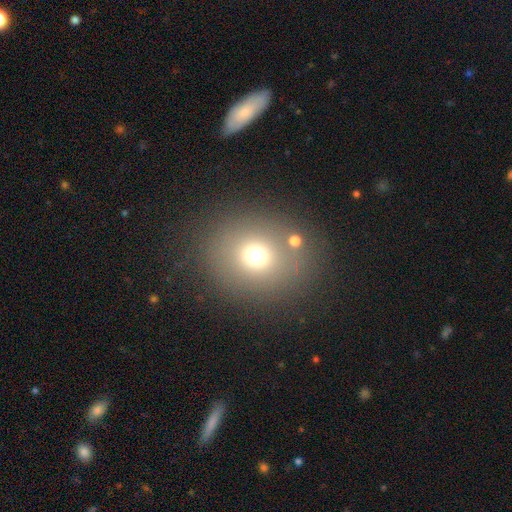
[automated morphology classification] Smooth or featured: smooth — 69% (star or artifact — 20%)
How rounded: round — 79% (in between — 20%)
Merging: none — 80% (minor disturbance — 9%)